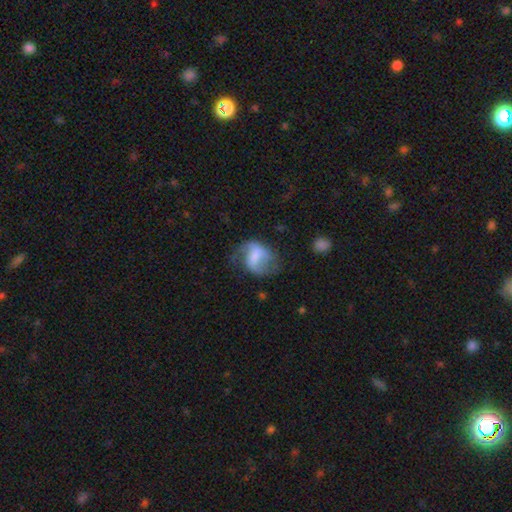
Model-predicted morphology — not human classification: Overall: featured or disk (61%; smooth 31%). Edge-on disk: no (97%). Bar: weak (46%; strong 28%). Spiral arms: yes (83%). Bulge size: none (33%; small 26%). Merging: none (48%; minor disturbance 25%).